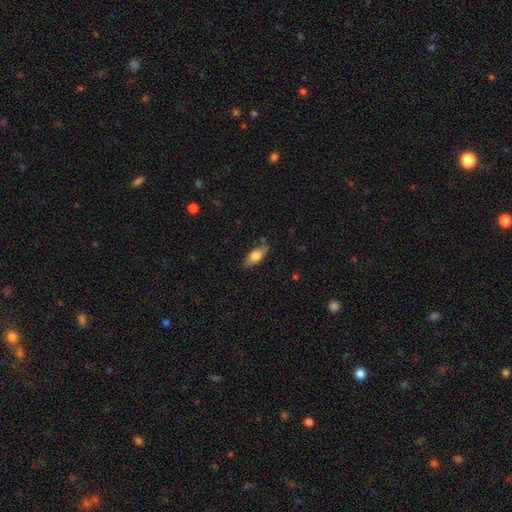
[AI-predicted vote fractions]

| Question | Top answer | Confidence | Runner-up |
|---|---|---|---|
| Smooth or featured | smooth | 69% | featured or disk (24%) |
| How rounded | in between | 78% | cigar-shaped (19%) |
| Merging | none | 77% | minor disturbance (18%) |